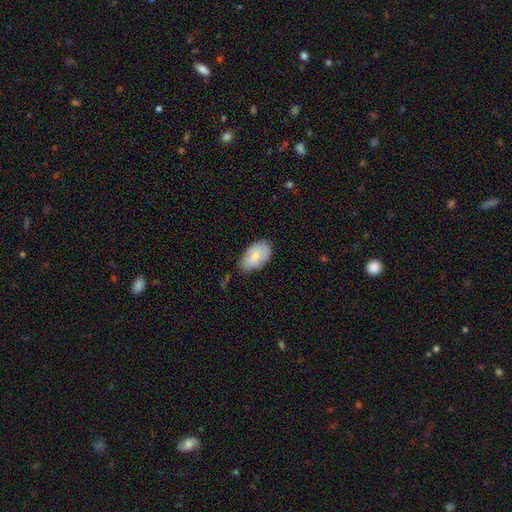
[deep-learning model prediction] The model was most divided on "merging": none: 67%, minor disturbance: 26%, major disturbance: 4%, merger: 2%. More confident: how rounded — in between (91%); smooth or featured — smooth (69%).